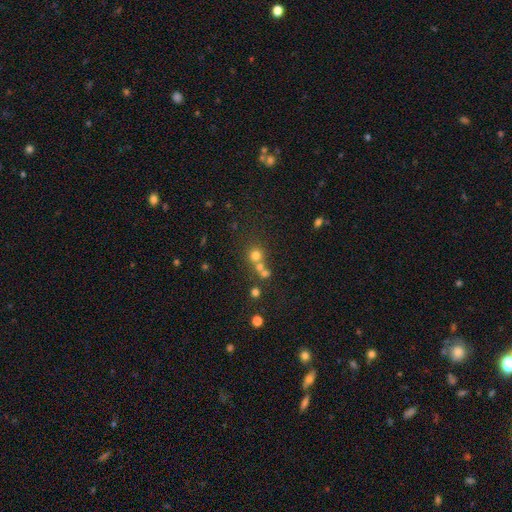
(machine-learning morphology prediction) Q: Smooth or featured?
A: smooth (68%); runner-up: star or artifact (20%)
Q: How rounded?
A: round (88%); runner-up: in between (11%)
Q: Merging?
A: none (51%); runner-up: merger (38%)